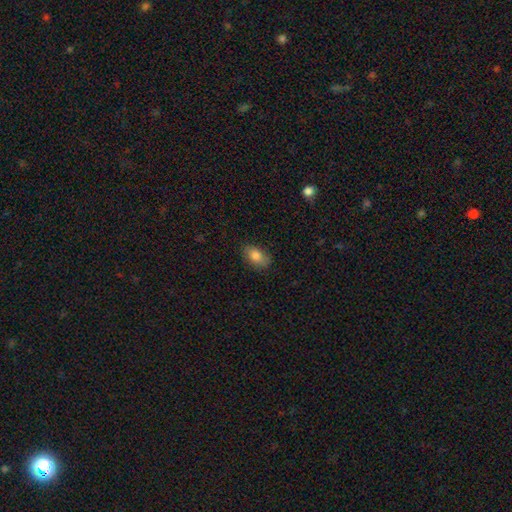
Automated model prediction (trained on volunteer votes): Q: Smooth or featured?
A: smooth (82%); runner-up: featured or disk (10%)
Q: How rounded?
A: in between (89%); runner-up: round (8%)
Q: Merging?
A: none (81%); runner-up: minor disturbance (15%)